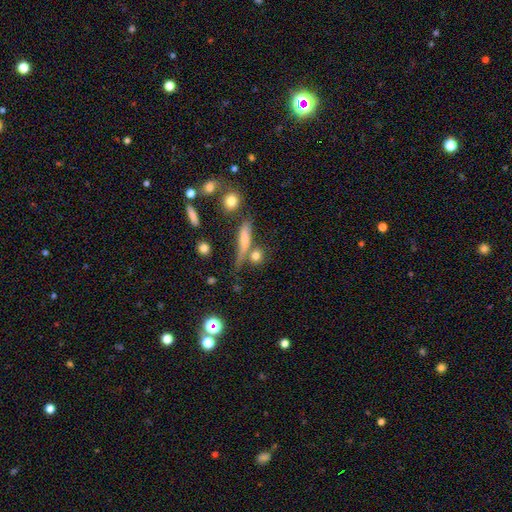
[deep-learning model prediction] Smooth or featured? smooth (73%)
How rounded? round (52%)
Merging? none (61%)